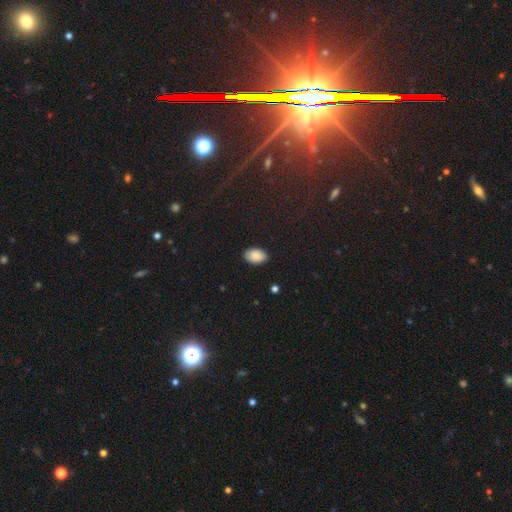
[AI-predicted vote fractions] Morphology: type=smooth (86%); roundness=in between (92%); merging=none (84%).